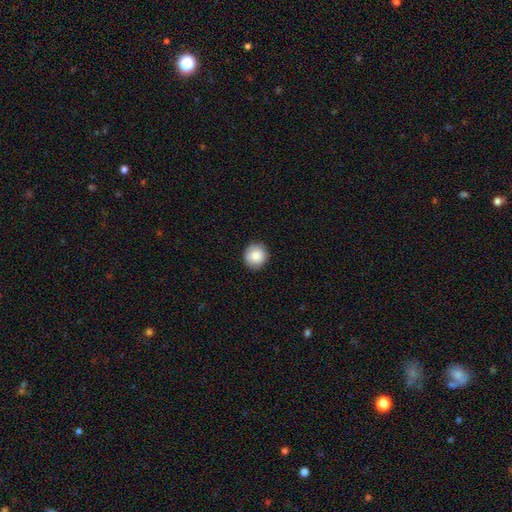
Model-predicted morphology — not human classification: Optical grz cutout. It shows a smooth galaxy with no disk features (86%) that is round (94%). Merging: none (91%).